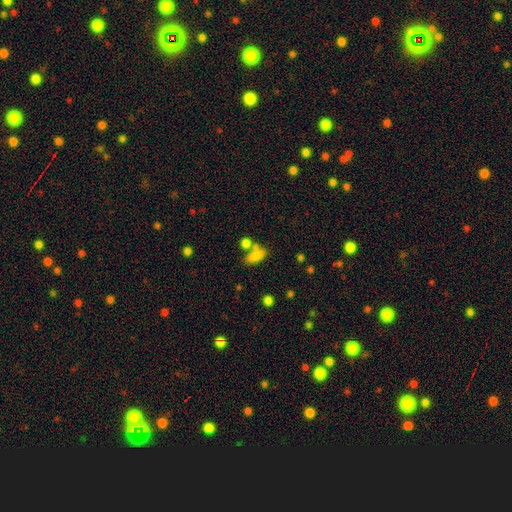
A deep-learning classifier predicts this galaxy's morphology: This appears to be a smooth galaxy with no disk features (82%) that is in between round and cigar-shaped (84%). Merging: none (50%).